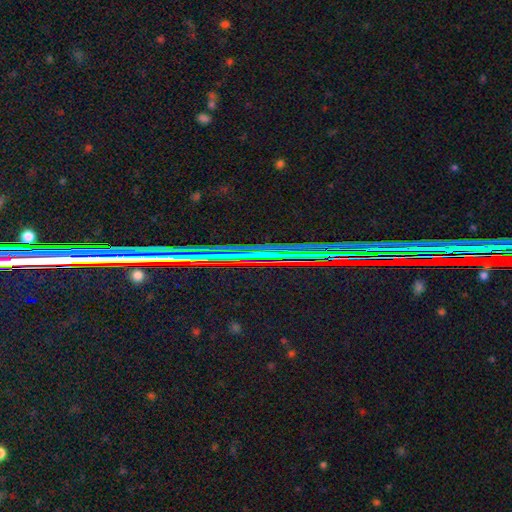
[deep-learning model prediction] The model was most divided on "smooth or featured": star or artifact: 83%, featured or disk: 11%, smooth: 6%.